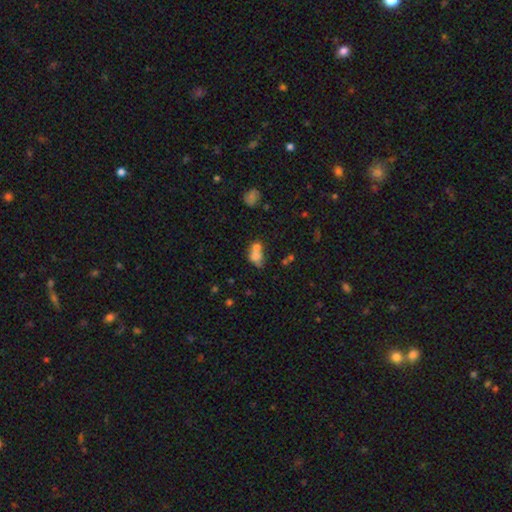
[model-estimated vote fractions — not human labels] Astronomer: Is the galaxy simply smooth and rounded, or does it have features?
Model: smooth — 67%.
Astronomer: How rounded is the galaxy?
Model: in between — 53% (runner-up: round, 45%).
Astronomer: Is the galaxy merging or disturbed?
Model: merger — 66%.